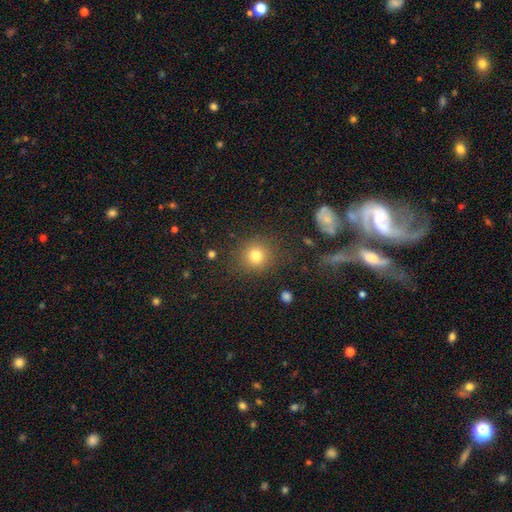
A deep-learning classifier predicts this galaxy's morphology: Smooth or featured?
  - smooth: 79% *
  - star or artifact: 13%
  - featured or disk: 7%
How rounded?
  - round: 89% *
  - in between: 10%
  - cigar-shaped: 1%
Merging?
  - none: 85% *
  - minor disturbance: 9%
  - major disturbance: 4%
  - merger: 2%